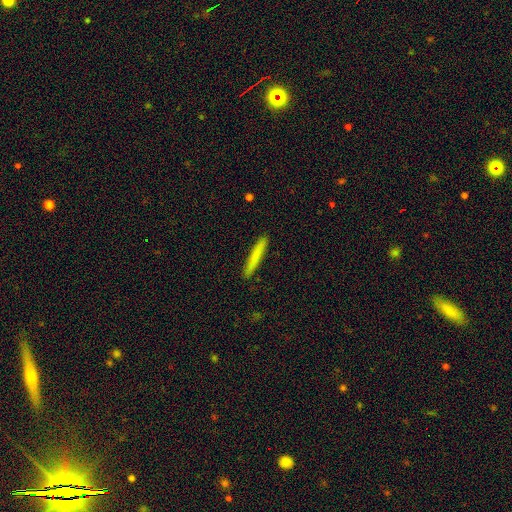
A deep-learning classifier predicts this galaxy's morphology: This appears to be a smooth galaxy with no disk features (77%) that is cigar-shaped (96%). Merging: none (92%).